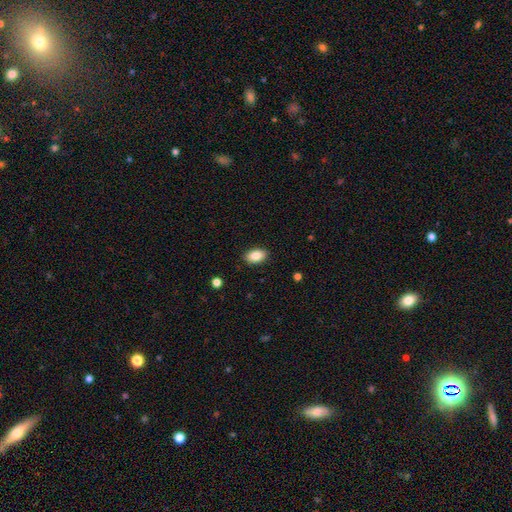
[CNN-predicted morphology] Overall: smooth (86%). How rounded: in between (91%). Merging: none (88%).